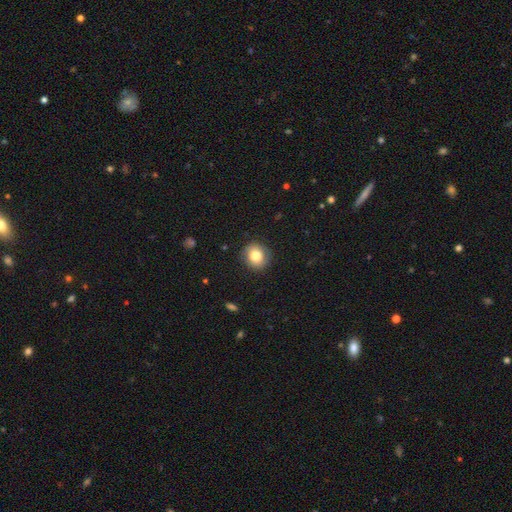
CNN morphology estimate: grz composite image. It shows a smooth galaxy with no disk features (76%) that is round (83%). Merging: none (84%).